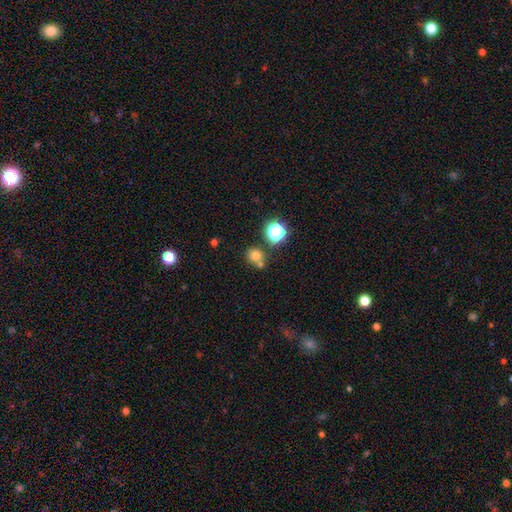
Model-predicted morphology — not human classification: This is likely a smooth galaxy (72%). How rounded: clearly round (83%). Merging: likely none (61%).